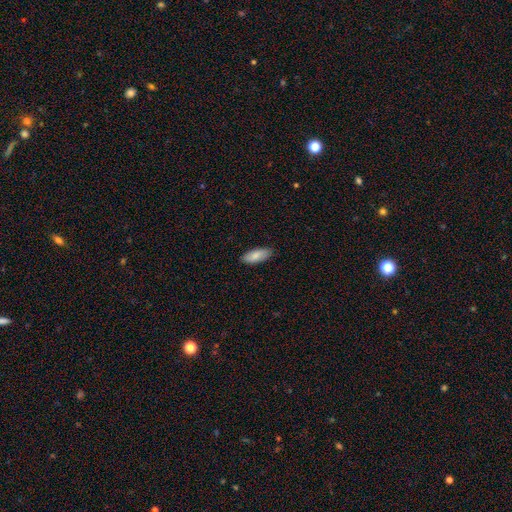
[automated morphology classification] This appears to be a smooth galaxy with no disk features (84%) that is in between round and cigar-shaped (80%). Merging: none (87%).